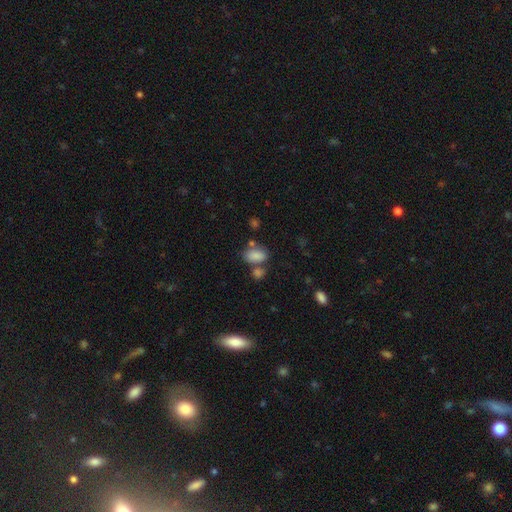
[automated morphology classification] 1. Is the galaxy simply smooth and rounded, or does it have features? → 84% smooth, 9% star or artifact, 7% featured or disk.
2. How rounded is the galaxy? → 89% in between, 9% round, 2% cigar-shaped.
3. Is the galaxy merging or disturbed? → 50% none, 29% merger, 15% minor disturbance, 6% major disturbance.